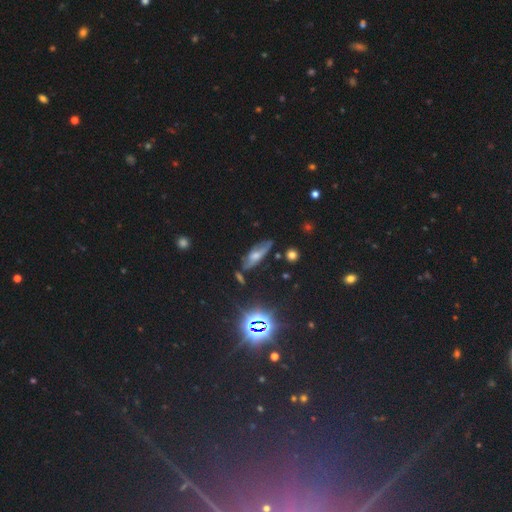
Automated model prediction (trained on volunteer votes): Smooth or featured? featured or disk (41%)
Merging? none (68%)